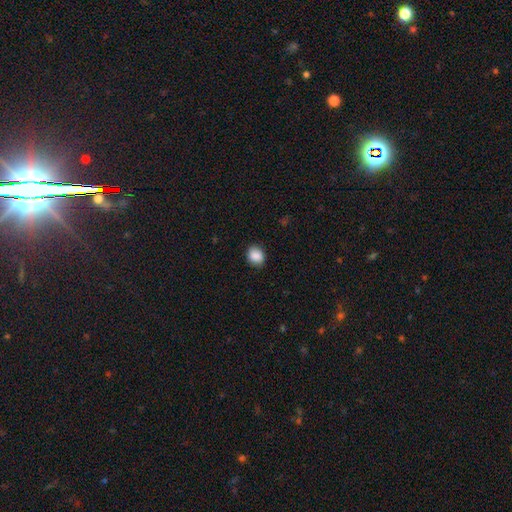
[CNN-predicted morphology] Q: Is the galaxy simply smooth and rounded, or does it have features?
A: smooth — 89%.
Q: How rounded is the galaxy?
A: round — 62%.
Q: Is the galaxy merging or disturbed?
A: none — 87%.